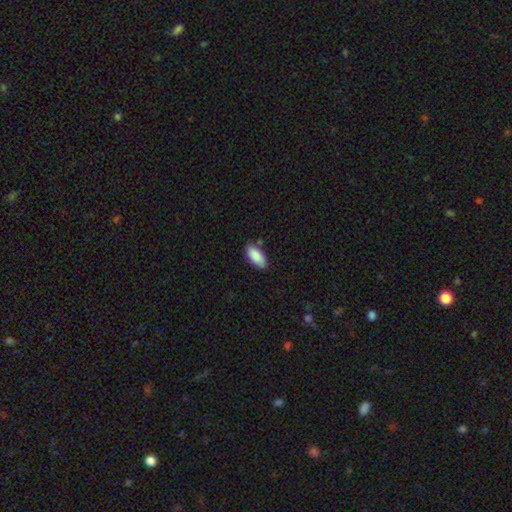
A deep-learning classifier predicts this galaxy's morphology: Smooth or featured?
  - smooth: 89% *
  - star or artifact: 6%
  - featured or disk: 5%
How rounded?
  - in between: 90% *
  - cigar-shaped: 8%
  - round: 2%
Merging?
  - none: 80% *
  - minor disturbance: 15%
  - major disturbance: 3%
  - merger: 2%